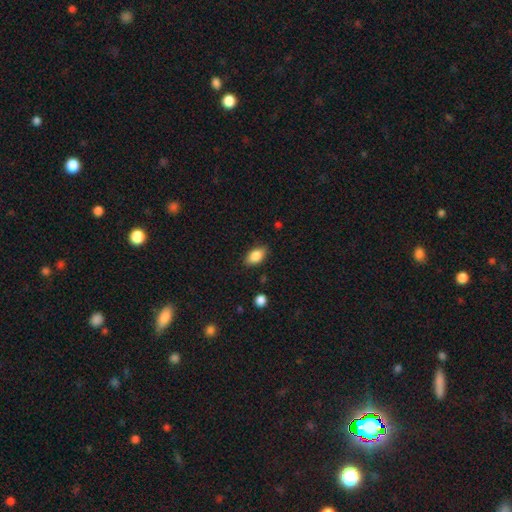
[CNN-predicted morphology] This is clearly a smooth galaxy (84%). How rounded: clearly in between (90%). Merging: clearly none (84%).